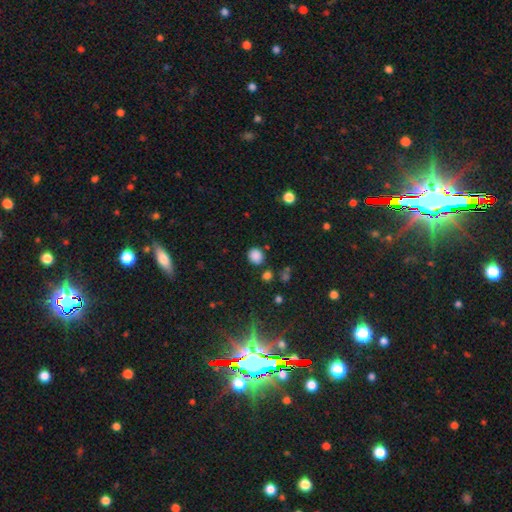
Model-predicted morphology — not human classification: type=smooth (84%); roundness=round (77%); merging=none (82%).